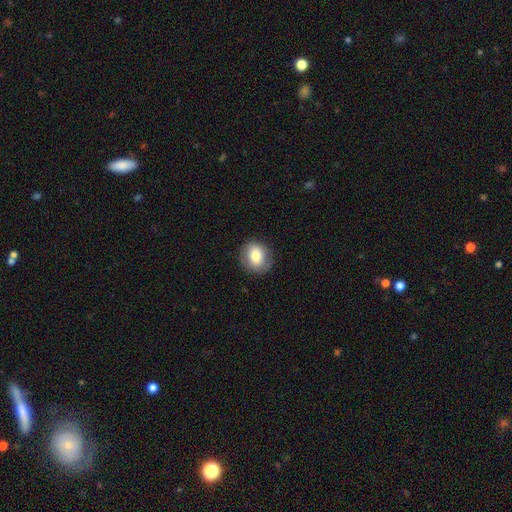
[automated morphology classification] type=smooth (77%); roundness=round (67%); merging=none (85%).